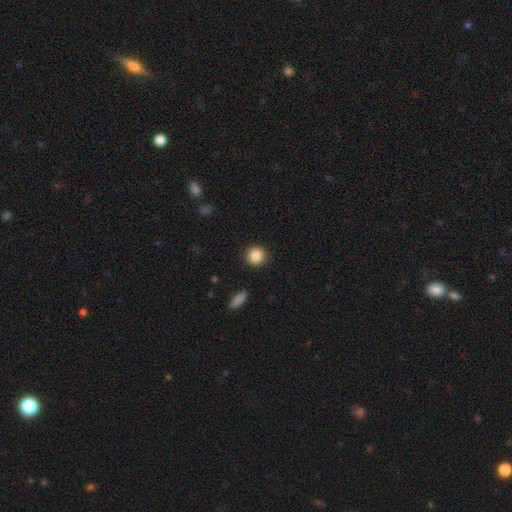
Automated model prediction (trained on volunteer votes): This is clearly a smooth galaxy (87%). How rounded: clearly round (92%). Merging: clearly none (91%).